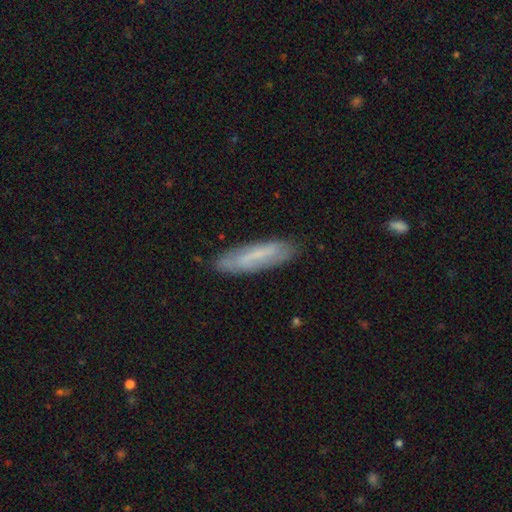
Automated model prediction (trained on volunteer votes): Smooth or featured?
  - smooth: 50% *
  - featured or disk: 42%
  - star or artifact: 7%
How rounded?
  - cigar-shaped: 68% *
  - in between: 31%
  - round: 2%
Merging?
  - none: 81% *
  - minor disturbance: 14%
  - major disturbance: 3%
  - merger: 2%